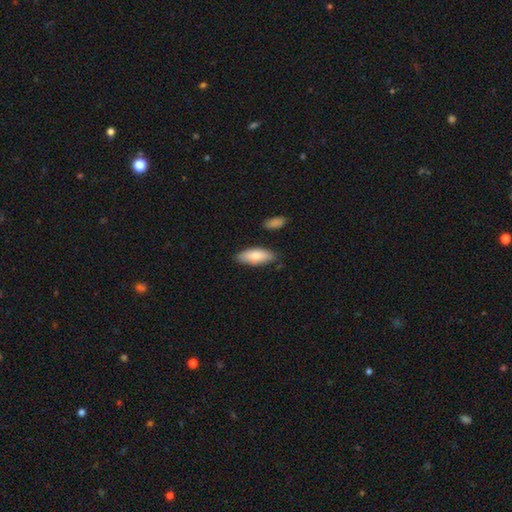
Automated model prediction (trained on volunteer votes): This is clearly a smooth galaxy (81%). How rounded: likely in between (79%). Merging: likely none (80%).